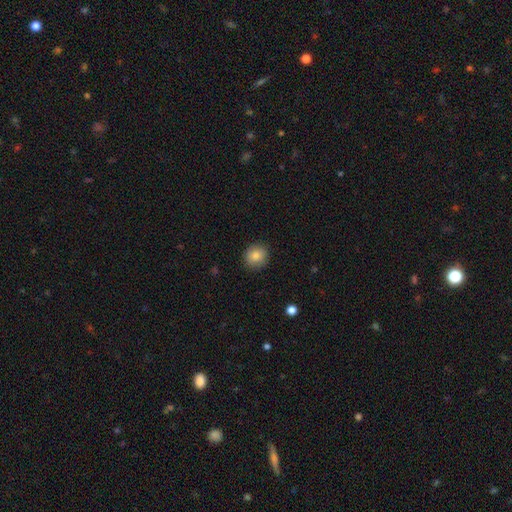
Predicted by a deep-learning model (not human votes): A smooth galaxy with no disk features (84%) that is round (86%).

Vote fractions:
- Smooth or featured? smooth: 84% / star or artifact: 9% / featured or disk: 7%
- How rounded? round: 86% / in between: 14% / cigar-shaped: 1%
- Merging? none: 89% / minor disturbance: 7% / major disturbance: 2% / merger: 1%